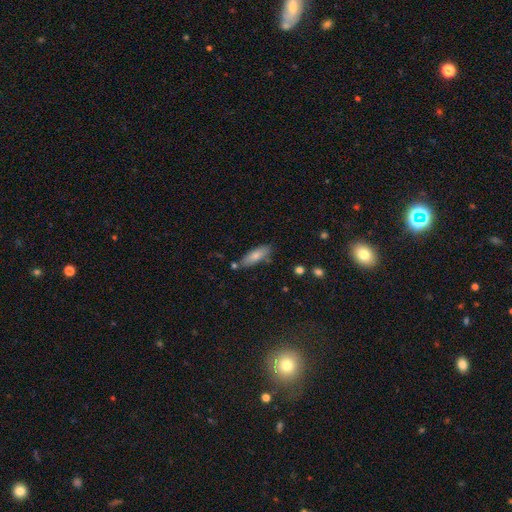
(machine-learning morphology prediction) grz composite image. It shows a smooth galaxy with no disk features (78%) that is in between round and cigar-shaped (55%). Merging: none (76%).